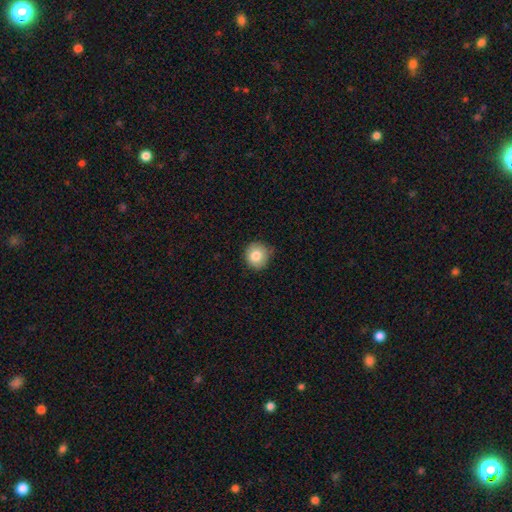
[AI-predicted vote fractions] Overall: smooth (82%). How rounded: round (91%). Merging: none (77%).